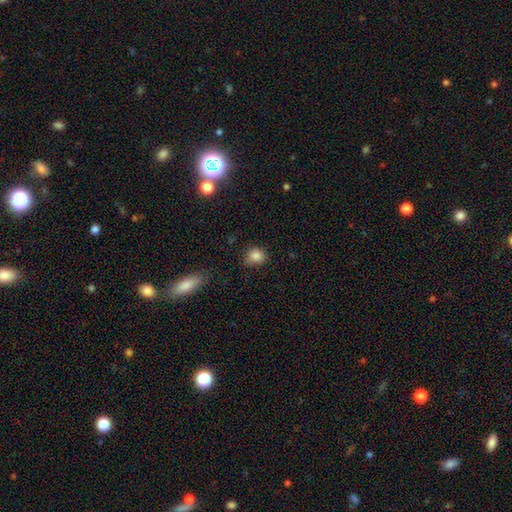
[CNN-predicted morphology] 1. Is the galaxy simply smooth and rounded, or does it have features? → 85% smooth, 11% star or artifact, 4% featured or disk.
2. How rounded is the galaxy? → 72% round, 27% in between, 1% cigar-shaped.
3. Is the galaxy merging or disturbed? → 75% none, 19% minor disturbance, 4% major disturbance, 2% merger.